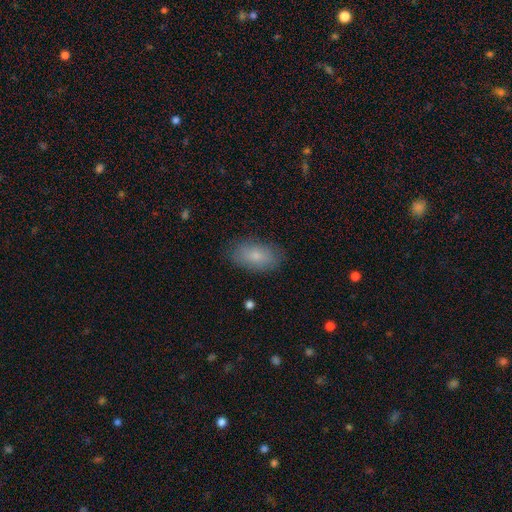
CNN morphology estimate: A smooth galaxy with no disk features (81%) that is in between round and cigar-shaped (93%).

Vote fractions:
- Smooth or featured? smooth: 81% / featured or disk: 12% / star or artifact: 7%
- How rounded? in between: 93% / round: 4% / cigar-shaped: 3%
- Merging? none: 83% / minor disturbance: 12% / major disturbance: 3% / merger: 1%